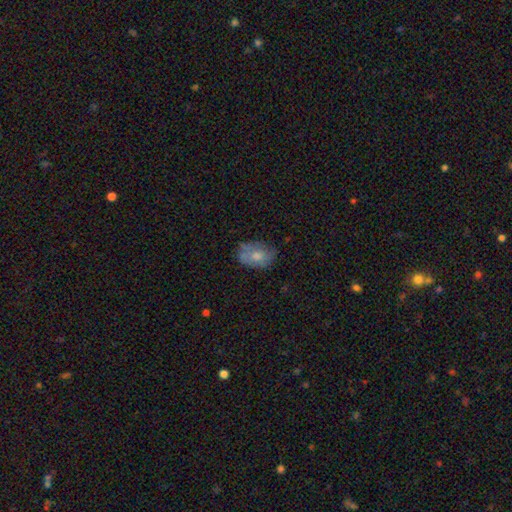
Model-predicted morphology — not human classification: Smooth or featured? smooth (64%)
How rounded? in between (80%)
Merging? none (59%)